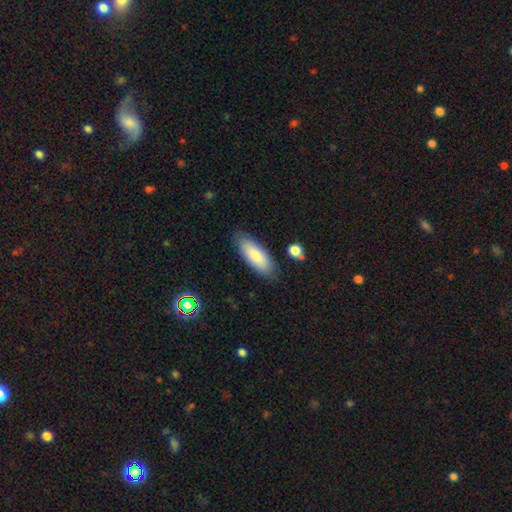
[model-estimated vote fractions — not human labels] Q: Smooth or featured?
A: smooth (83%); runner-up: featured or disk (11%)
Q: How rounded?
A: in between (75%); runner-up: cigar-shaped (23%)
Q: Merging?
A: none (82%); runner-up: minor disturbance (13%)